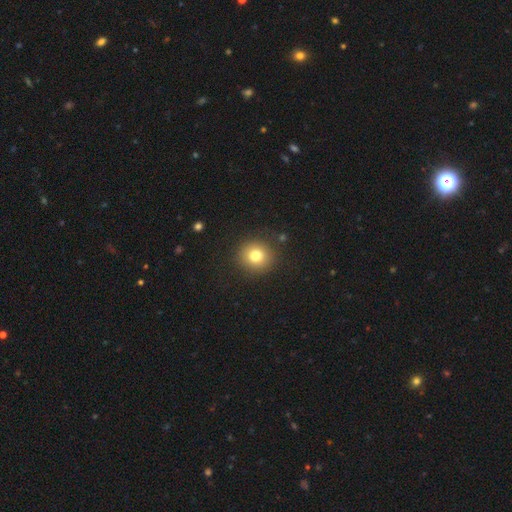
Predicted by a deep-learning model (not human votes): The model was most divided on "smooth or featured": smooth: 78%, star or artifact: 12%, featured or disk: 10%. More confident: how rounded — round (90%); merging — none (89%).